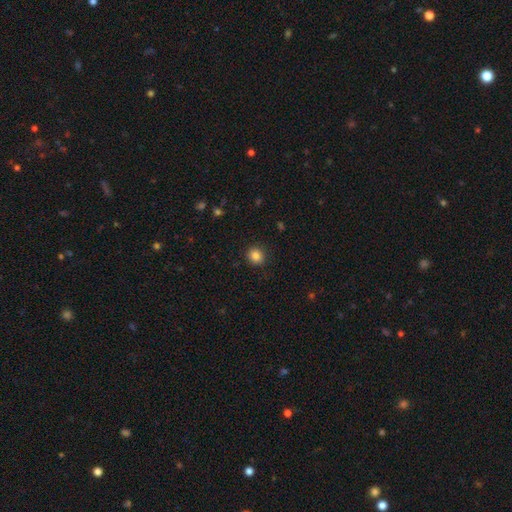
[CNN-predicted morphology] A smooth galaxy with no disk features (85%) that is round (81%). Merging: none (90%).